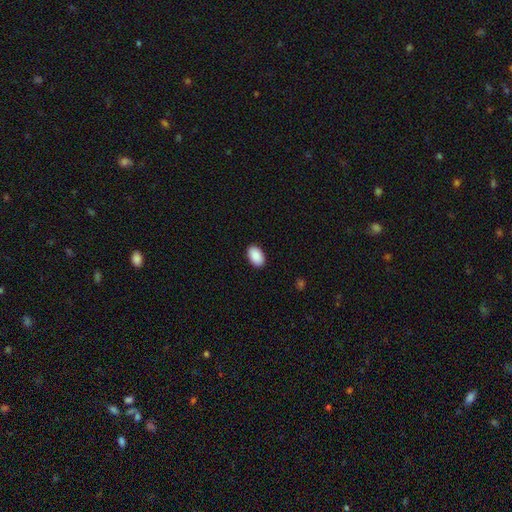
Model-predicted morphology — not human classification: Q: Smooth or featured?
A: smooth (91%); runner-up: star or artifact (6%)
Q: How rounded?
A: in between (93%); runner-up: round (6%)
Q: Merging?
A: none (91%); runner-up: minor disturbance (7%)